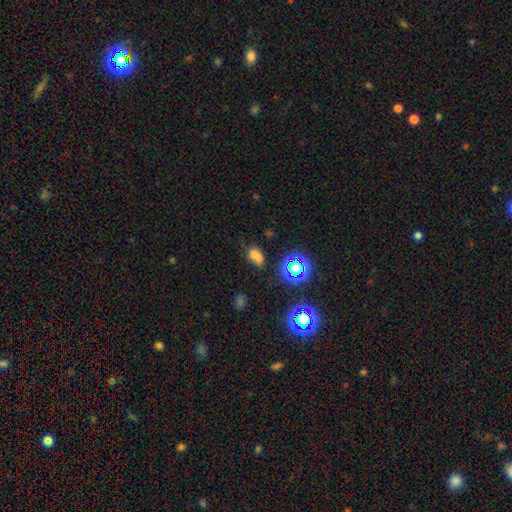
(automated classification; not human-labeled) The model was most divided on "merging": merger: 46%, none: 36%, minor disturbance: 12%, major disturbance: 6%. More confident: smooth or featured — smooth (60%); how rounded — in between (56%).